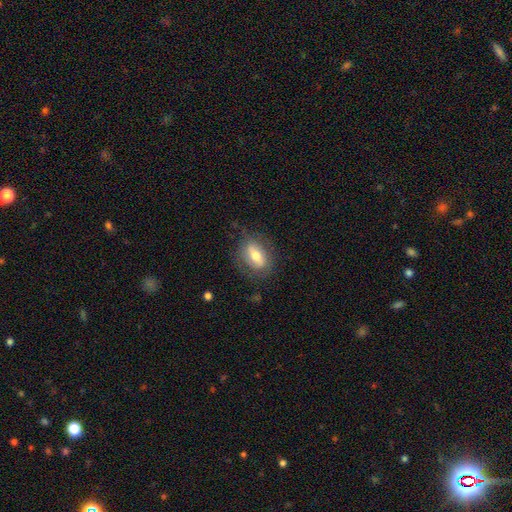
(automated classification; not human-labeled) This is possibly a smooth galaxy (56%). How rounded: likely in between (79%). Merging: likely none (74%).